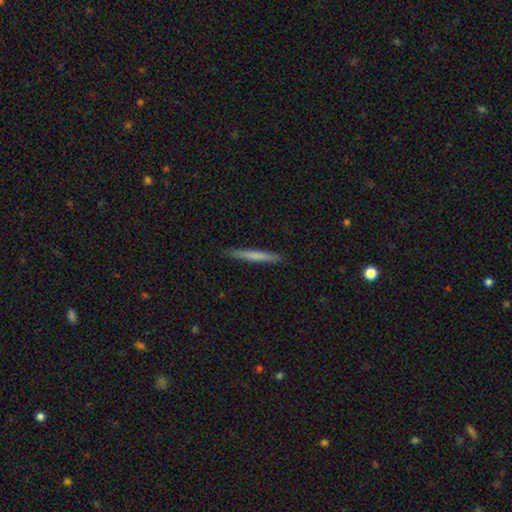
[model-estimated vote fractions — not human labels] smooth 66%, featured or disk 29%, star or artifact 5%. Down the decision tree: how rounded — cigar-shaped (97%); merging — none (90%).